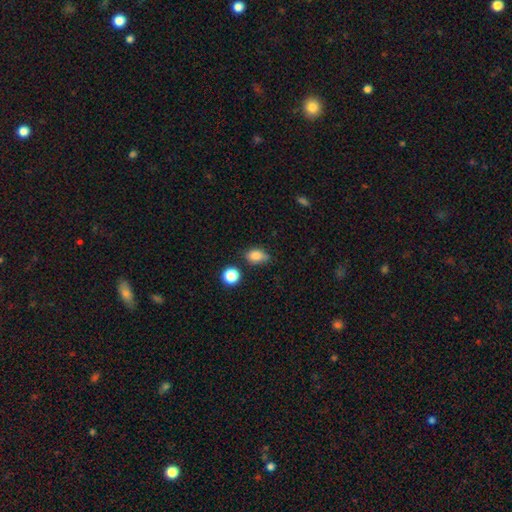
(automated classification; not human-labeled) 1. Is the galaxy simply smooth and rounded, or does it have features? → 81% smooth, 11% star or artifact, 8% featured or disk.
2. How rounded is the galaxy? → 74% in between, 23% round, 3% cigar-shaped.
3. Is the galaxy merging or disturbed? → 59% none, 30% minor disturbance, 6% major disturbance, 5% merger.